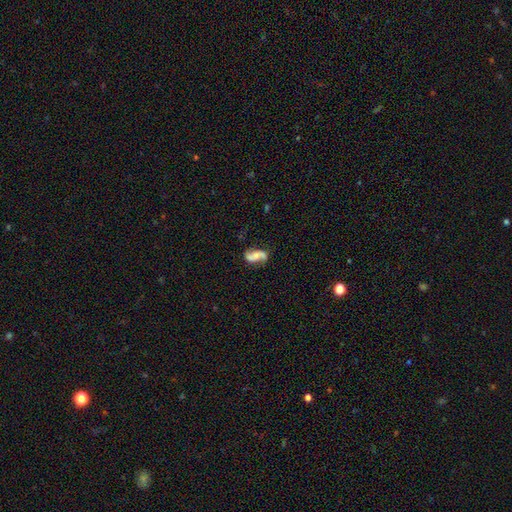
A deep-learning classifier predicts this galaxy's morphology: type=featured or disk (75%); edge-on=no (97%); bar=no (55%); spiral arms=yes (94%); winding=loose (65%); arm count=2 (92%); bulge=small (41%); merging=none (72%).